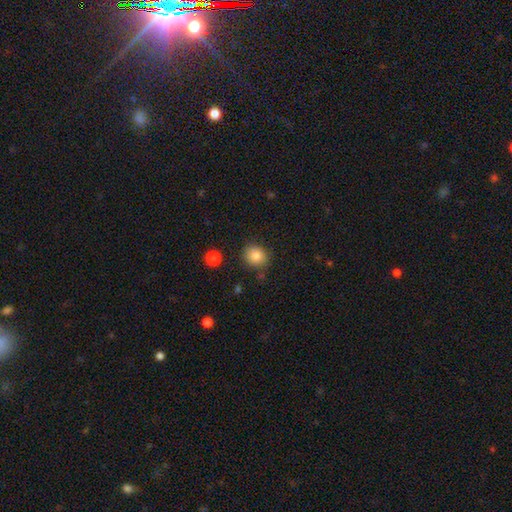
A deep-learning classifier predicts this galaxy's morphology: This appears to be a smooth galaxy with no disk features (84%) that is round (75%). Merging: none (83%).